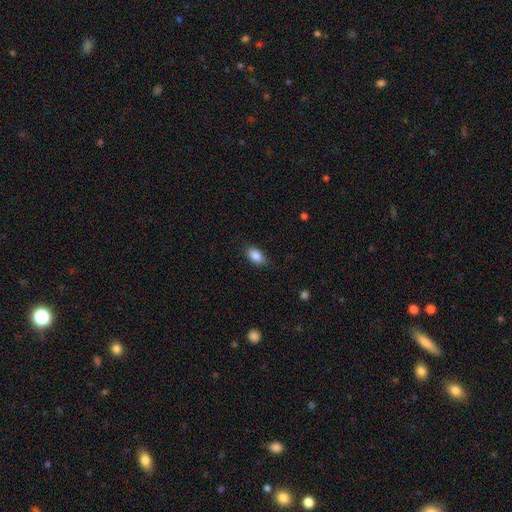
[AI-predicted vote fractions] A smooth galaxy with no disk features (87%) that is in between round and cigar-shaped (91%).

Vote fractions:
- Smooth or featured? smooth: 87% / star or artifact: 7% / featured or disk: 5%
- How rounded? in between: 91% / round: 6% / cigar-shaped: 3%
- Merging? none: 81% / minor disturbance: 15% / major disturbance: 3% / merger: 1%